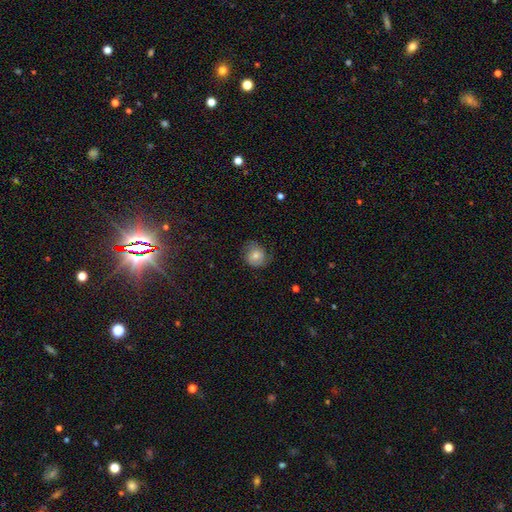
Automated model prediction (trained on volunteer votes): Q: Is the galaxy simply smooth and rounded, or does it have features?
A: smooth — 61%.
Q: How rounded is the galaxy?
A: round — 80%.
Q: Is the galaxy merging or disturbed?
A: none — 66%.